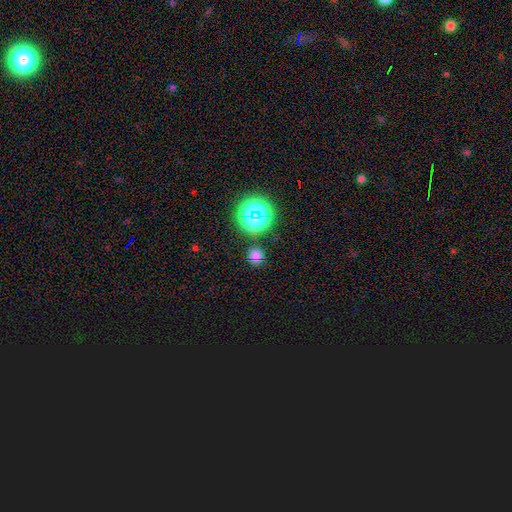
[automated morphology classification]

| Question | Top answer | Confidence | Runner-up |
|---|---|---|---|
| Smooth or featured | smooth | 60% | star or artifact (33%) |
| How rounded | round | 87% | in between (12%) |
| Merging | none | 78% | minor disturbance (12%) |